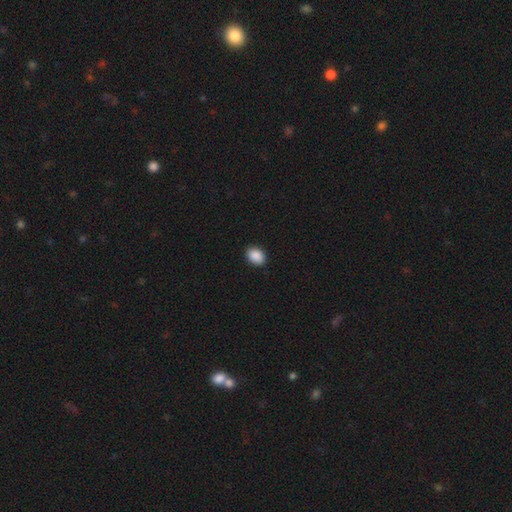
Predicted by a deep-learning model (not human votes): Morphology: type=smooth (90%); roundness=in between (72%); merging=none (90%).